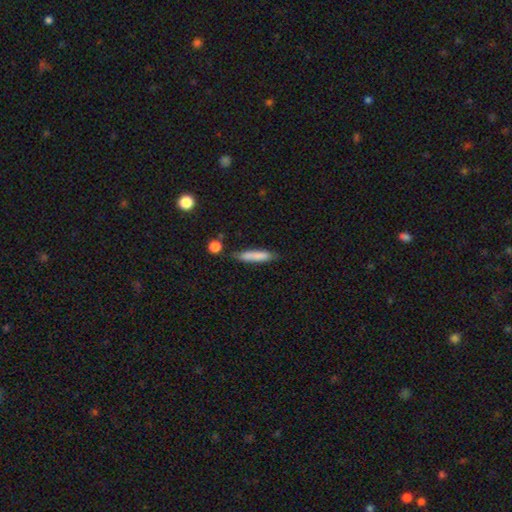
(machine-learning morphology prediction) This appears to be a smooth galaxy with no disk features (79%) that is cigar-shaped (88%). Merging: none (76%).